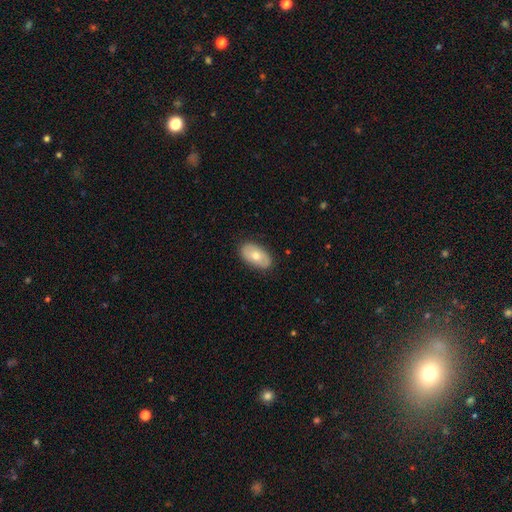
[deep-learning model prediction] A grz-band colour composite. It shows a smooth galaxy with no disk features (66%) that is in between round and cigar-shaped (93%). Merging: none (85%).